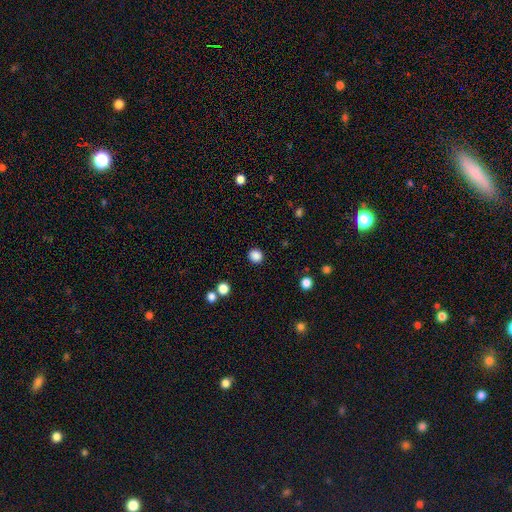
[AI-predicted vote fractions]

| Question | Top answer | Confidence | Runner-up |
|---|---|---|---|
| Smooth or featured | smooth | 86% | star or artifact (11%) |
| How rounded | round | 87% | in between (12%) |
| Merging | none | 90% | minor disturbance (6%) |